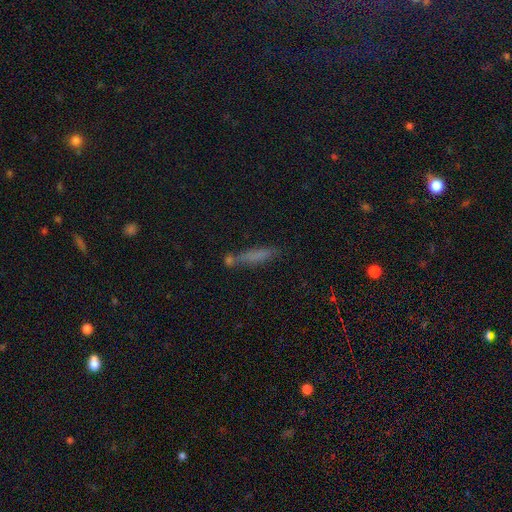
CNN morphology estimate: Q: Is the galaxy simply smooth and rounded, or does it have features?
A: smooth — 66%.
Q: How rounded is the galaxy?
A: cigar-shaped — 84%.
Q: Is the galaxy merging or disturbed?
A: none — 60%.